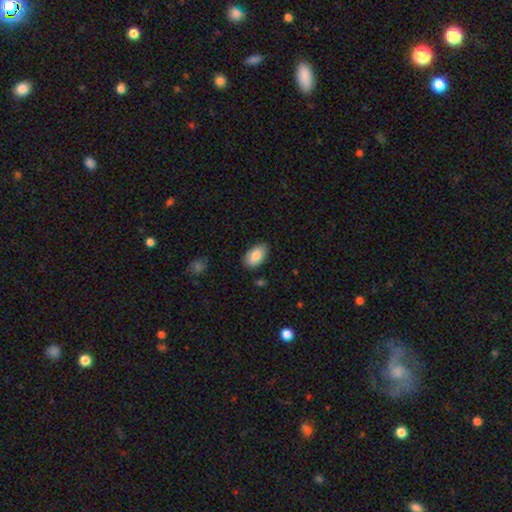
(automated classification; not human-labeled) smooth_or_featured: smooth (p=0.84) [alt: featured or disk p=0.10]
how_rounded: in between (p=0.94) [alt: round p=0.05]
merging: none (p=0.83) [alt: minor disturbance p=0.13]